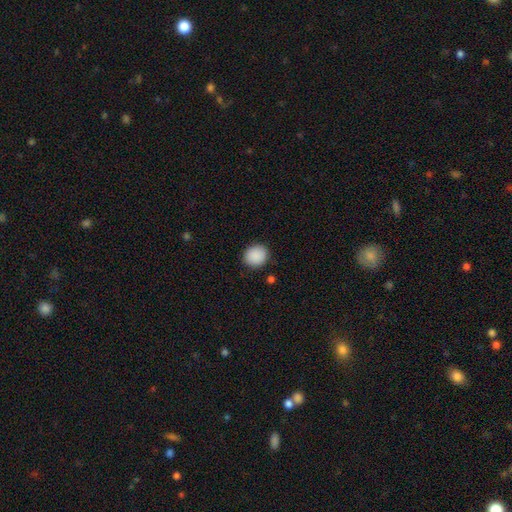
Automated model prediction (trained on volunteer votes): smooth_or_featured: smooth (p=0.89) [alt: star or artifact p=0.08]
how_rounded: round (p=0.77) [alt: in between p=0.23]
merging: none (p=0.88) [alt: minor disturbance p=0.08]